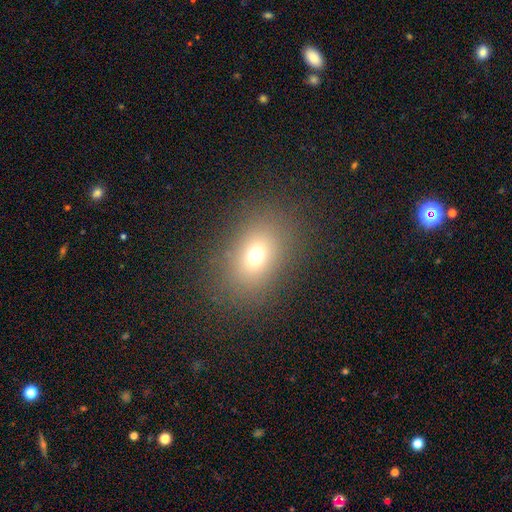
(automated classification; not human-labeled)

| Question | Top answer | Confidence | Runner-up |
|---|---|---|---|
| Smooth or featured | smooth | 69% | star or artifact (19%) |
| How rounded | in between | 64% | round (35%) |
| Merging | none | 82% | minor disturbance (9%) |